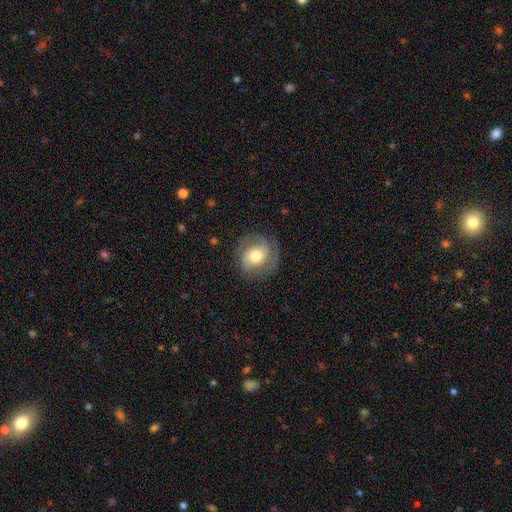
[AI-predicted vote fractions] This appears to be a featured or disk galaxy (59%) with no bar (65%), spiral arms (84%) and a moderate central bulge (64%). Merging: none (73%).